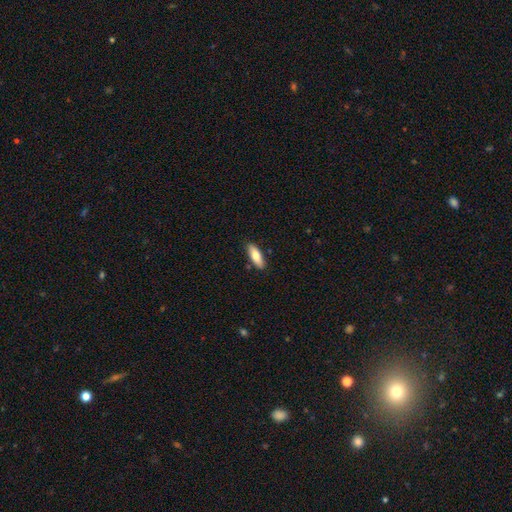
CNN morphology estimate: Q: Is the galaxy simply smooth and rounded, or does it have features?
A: smooth — 79%.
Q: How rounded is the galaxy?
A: in between — 66%.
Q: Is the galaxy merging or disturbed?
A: none — 86%.